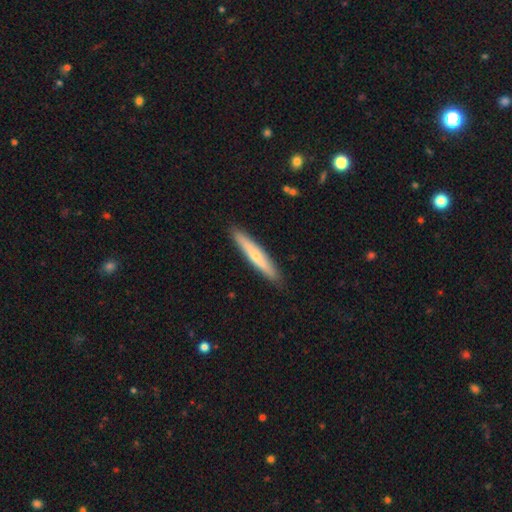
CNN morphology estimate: smooth 53%, featured or disk 42%, star or artifact 5%. Down the decision tree: how rounded — cigar-shaped (92%); merging — none (90%).